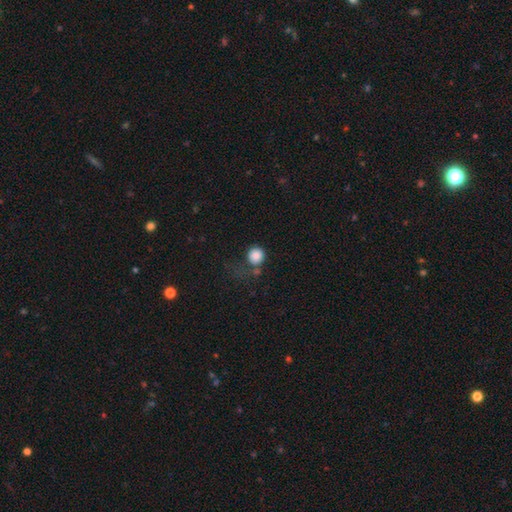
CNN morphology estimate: Smooth or featured? smooth (86%)
How rounded? round (92%)
Merging? none (58%)